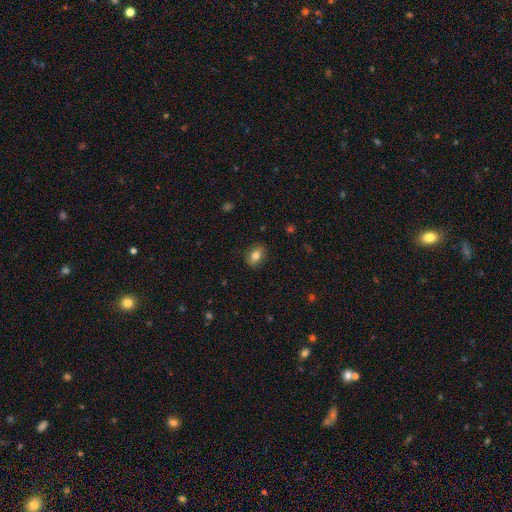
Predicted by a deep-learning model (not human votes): A smooth galaxy with no disk features (77%) that is in between round and cigar-shaped (73%). Merging: none (87%).